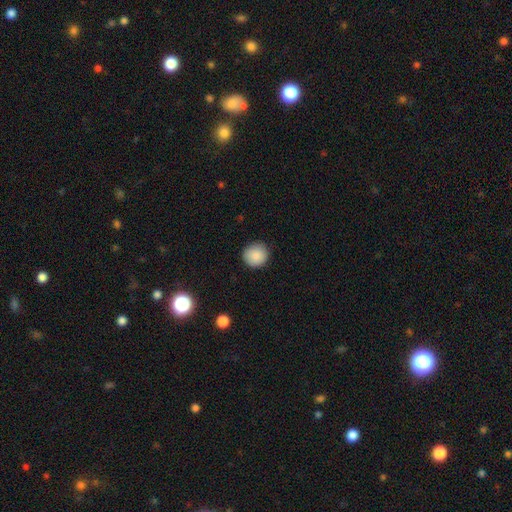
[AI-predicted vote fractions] Overall: smooth (88%). How rounded: round (91%). Merging: none (87%).